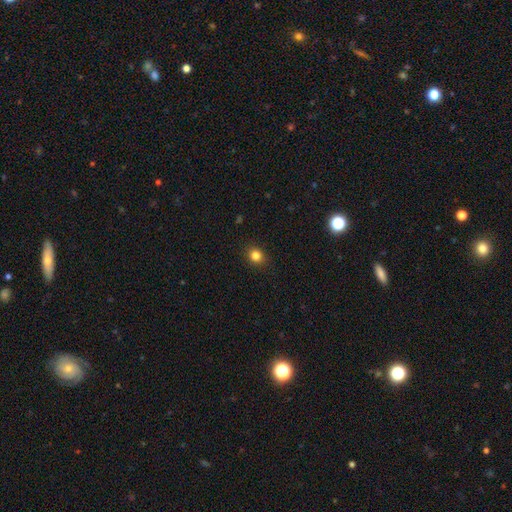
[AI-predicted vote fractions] smooth-or-featured: smooth: 82% | star or artifact: 13% | featured or disk: 5%
  how-rounded: round: 75% | in between: 24% | cigar-shaped: 1%
  merging: none: 90% | minor disturbance: 7% | major disturbance: 2% | merger: 1%